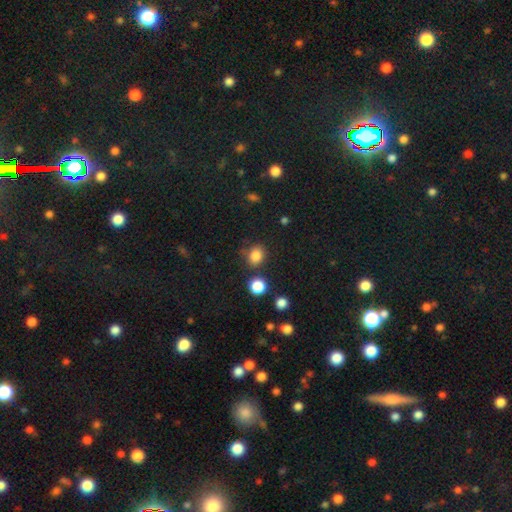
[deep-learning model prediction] This is clearly a smooth galaxy (83%). How rounded: likely round (62%). Merging: likely none (76%).